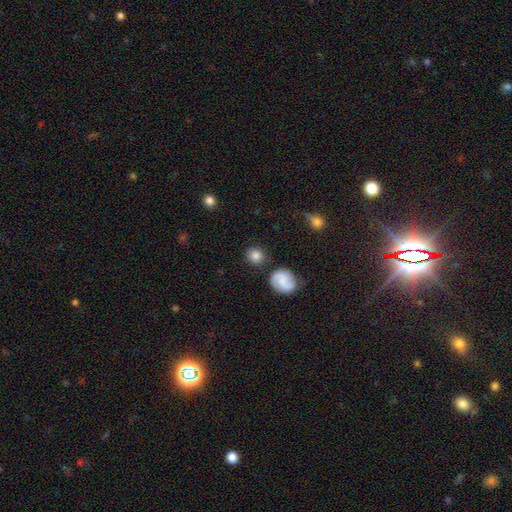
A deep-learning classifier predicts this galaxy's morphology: A smooth galaxy with no disk features (80%) that is round (86%). Merging: none (81%).